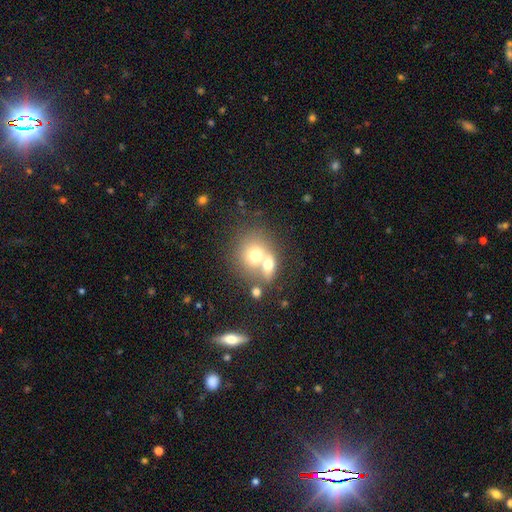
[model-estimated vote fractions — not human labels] A smooth galaxy with no disk features (67%) that is round (67%).

Vote fractions:
- Smooth or featured? smooth: 67% / featured or disk: 22% / star or artifact: 11%
- How rounded? round: 67% / in between: 32% / cigar-shaped: 1%
- Merging? merger: 60% / none: 29% / minor disturbance: 7% / major disturbance: 4%